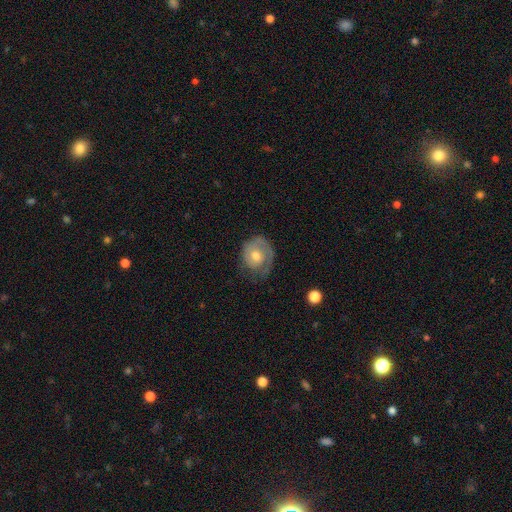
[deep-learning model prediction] smooth-or-featured: featured or disk: 67% | smooth: 27% | star or artifact: 6%
  disk-edge-on: no: 97% | yes: 3%
    bar: no: 79% | weak: 19% | strong: 3%
    has-spiral-arms: yes: 86% | no: 14%
      spiral-winding: tight: 61% | medium: 27% | loose: 12%
      spiral-arm-count: 1: 64% | 2: 18% | can't tell: 13% | 3: 2% | 4: 1% | more than 4: 1%
    bulge-size: moderate: 64% | small: 28% | large: 5% | none: 2% | dominant: 1%
  merging: none: 58% | minor disturbance: 23% | major disturbance: 17% | merger: 2%